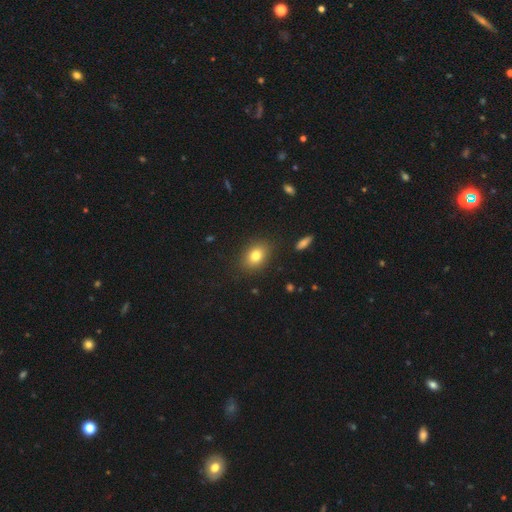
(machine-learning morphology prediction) Q: Smooth or featured?
A: smooth (80%); runner-up: star or artifact (10%)
Q: How rounded?
A: in between (70%); runner-up: round (28%)
Q: Merging?
A: none (86%); runner-up: minor disturbance (9%)